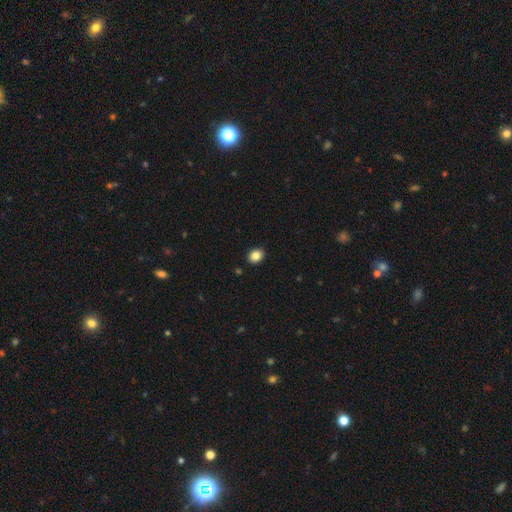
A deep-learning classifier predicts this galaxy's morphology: Smooth or featured? Predicted: smooth (p=0.85). How rounded? Predicted: in between (p=0.51). Merging? Predicted: none (p=0.91).